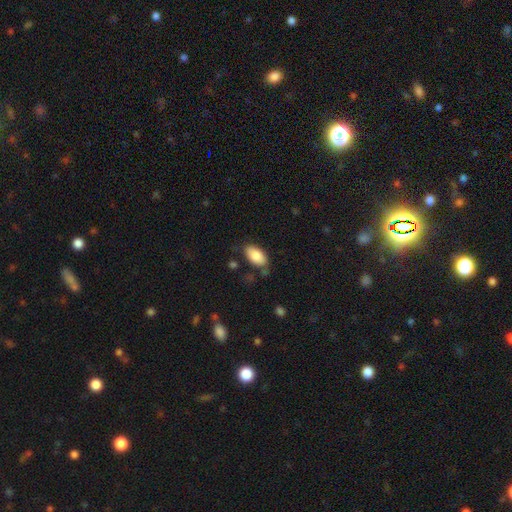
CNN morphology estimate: This appears to be a smooth galaxy with no disk features (83%) that is in between round and cigar-shaped (94%). Merging: none (73%).